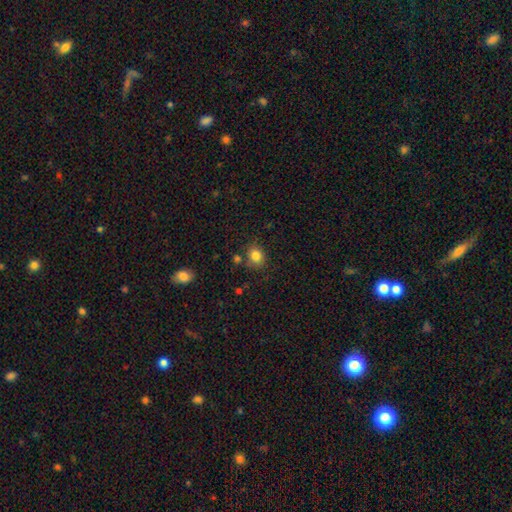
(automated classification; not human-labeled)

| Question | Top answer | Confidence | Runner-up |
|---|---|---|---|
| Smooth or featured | smooth | 83% | star or artifact (11%) |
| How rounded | round | 69% | in between (30%) |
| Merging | none | 74% | minor disturbance (15%) |